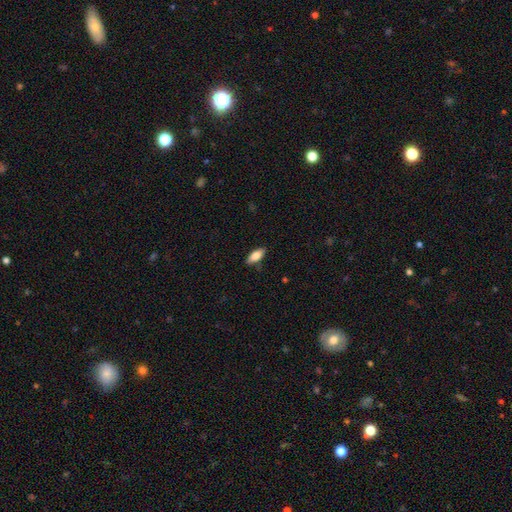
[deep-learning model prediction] A smooth galaxy with no disk features (79%) that is in between round and cigar-shaped (80%). Merging: none (86%).